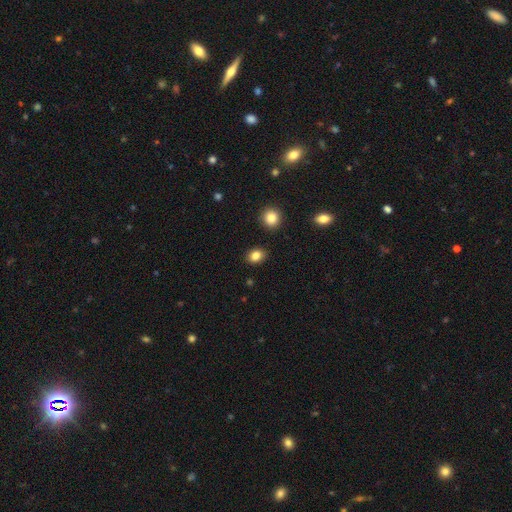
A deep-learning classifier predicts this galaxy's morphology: Q: Smooth or featured?
A: smooth (84%); runner-up: star or artifact (11%)
Q: How rounded?
A: in between (55%); runner-up: round (44%)
Q: Merging?
A: none (89%); runner-up: minor disturbance (7%)